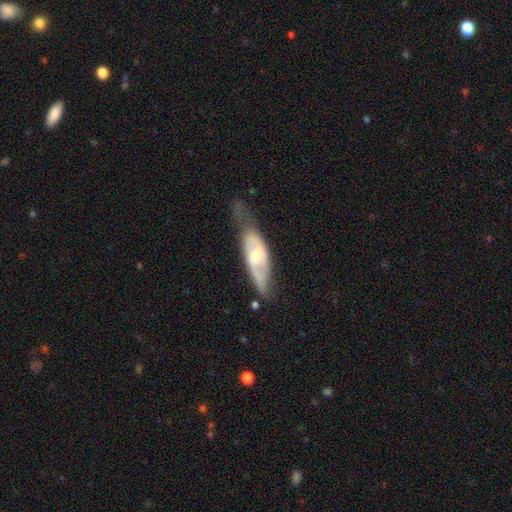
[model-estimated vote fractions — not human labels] Smooth or featured?
  - featured or disk: 64% *
  - smooth: 31%
  - star or artifact: 6%
Edge-on disk?
  - no: 72% *
  - yes: 28%
Merging?
  - none: 40% *
  - minor disturbance: 35%
  - major disturbance: 22%
  - merger: 4%